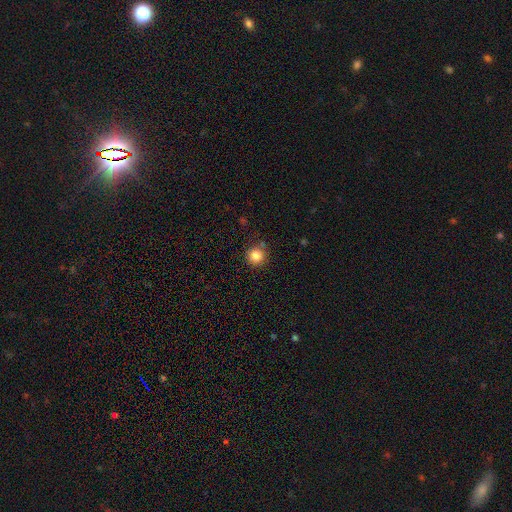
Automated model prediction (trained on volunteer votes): Smooth or featured? Predicted: smooth (p=0.84). How rounded? Predicted: round (p=0.95). Merging? Predicted: none (p=0.83).